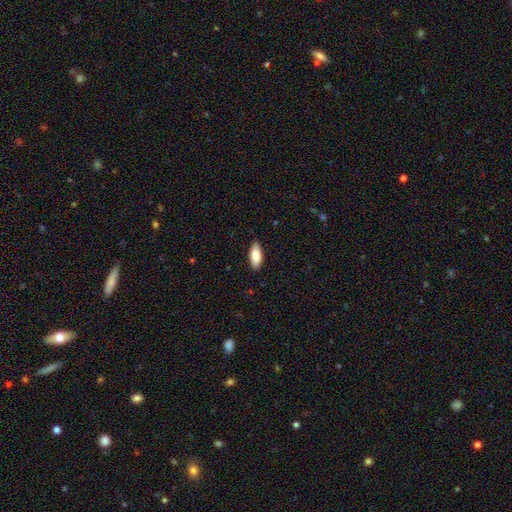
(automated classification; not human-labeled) Smooth or featured: smooth — 85% (featured or disk — 9%)
How rounded: in between — 82% (cigar-shaped — 17%)
Merging: none — 87% (minor disturbance — 10%)